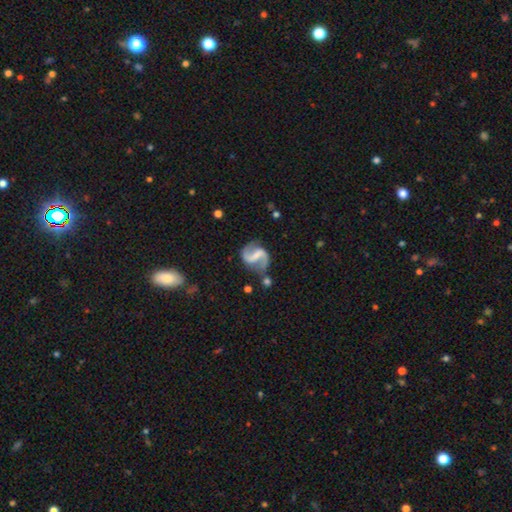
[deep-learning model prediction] Smooth or featured? featured or disk (89%)
Edge-on disk? no (98%)
Bar? strong (52%)
Spiral arms? yes (96%)
Spiral winding? loose (47%)
Spiral arm count? 2 (93%)
Bulge size? none (42%)
Merging? none (74%)